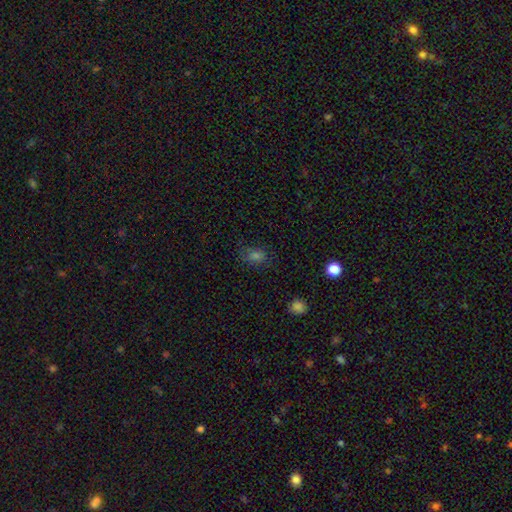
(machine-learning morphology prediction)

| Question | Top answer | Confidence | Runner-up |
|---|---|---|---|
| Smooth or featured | smooth | 62% | star or artifact (27%) |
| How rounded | in between | 63% | round (35%) |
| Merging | none | 72% | minor disturbance (18%) |